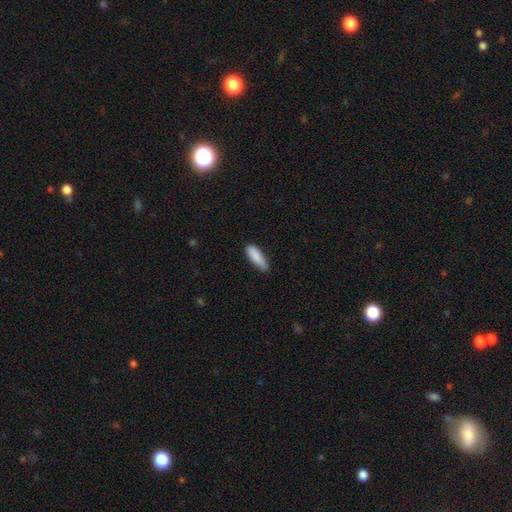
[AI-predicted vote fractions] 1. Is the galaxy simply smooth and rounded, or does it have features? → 87% smooth, 6% featured or disk, 6% star or artifact.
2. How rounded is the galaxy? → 56% in between, 42% cigar-shaped, 2% round.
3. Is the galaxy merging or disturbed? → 69% none, 26% minor disturbance, 4% major disturbance, 1% merger.